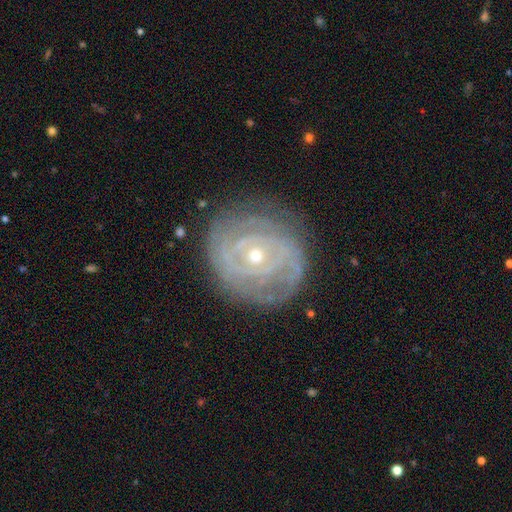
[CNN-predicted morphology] Overall: featured or disk (83%). Edge-on disk: no (97%). Bar: no (74%). Spiral arms: yes (83%). Spiral arm count: can't tell (43%; 2 23%). Spiral winding: tight (79%). Bulge size: moderate (50%; small 46%). Merging: none (76%).